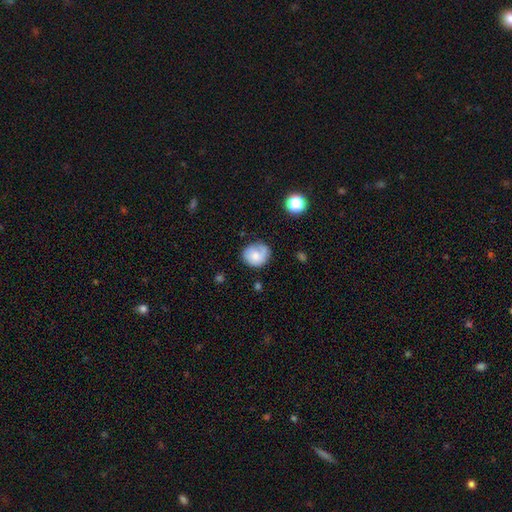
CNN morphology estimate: smooth_or_featured: smooth (p=0.62) [alt: featured or disk p=0.30]
how_rounded: round (p=0.71) [alt: in between p=0.29]
merging: none (p=0.63) [alt: minor disturbance p=0.25]